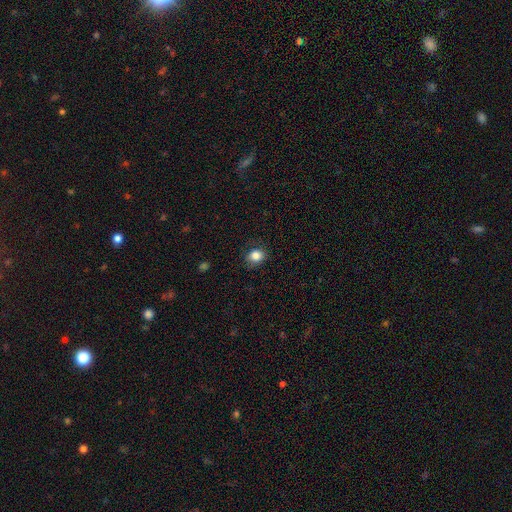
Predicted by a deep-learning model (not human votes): smooth-or-featured: smooth: 84% | star or artifact: 10% | featured or disk: 6%
  how-rounded: round: 60% | in between: 39% | cigar-shaped: 1%
  merging: none: 81% | minor disturbance: 14% | major disturbance: 4% | merger: 1%